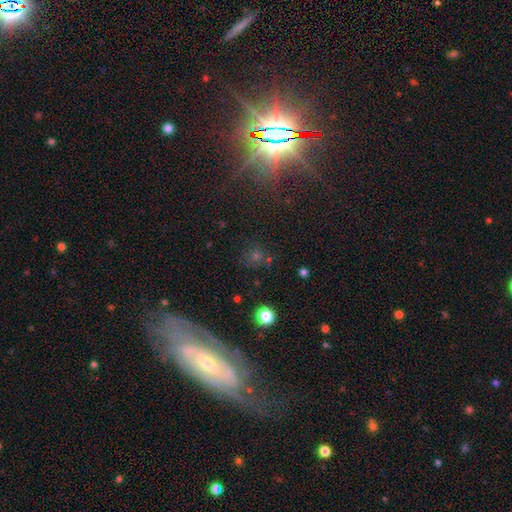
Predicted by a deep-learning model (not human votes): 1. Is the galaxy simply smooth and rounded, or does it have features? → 44% star or artifact, 35% smooth, 21% featured or disk.